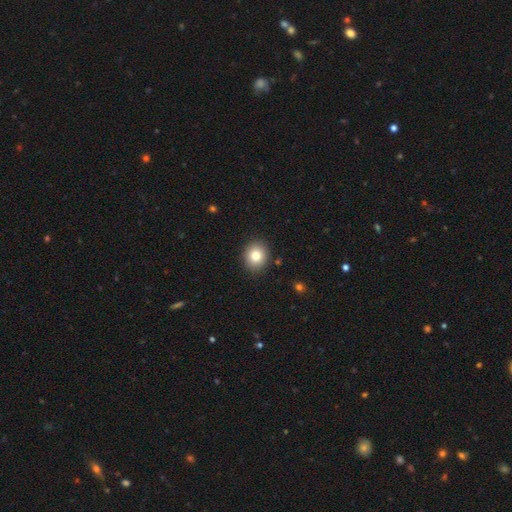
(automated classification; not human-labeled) smooth 81%, star or artifact 10%, featured or disk 9%. Down the decision tree: how rounded — round (70%); merging — none (89%).